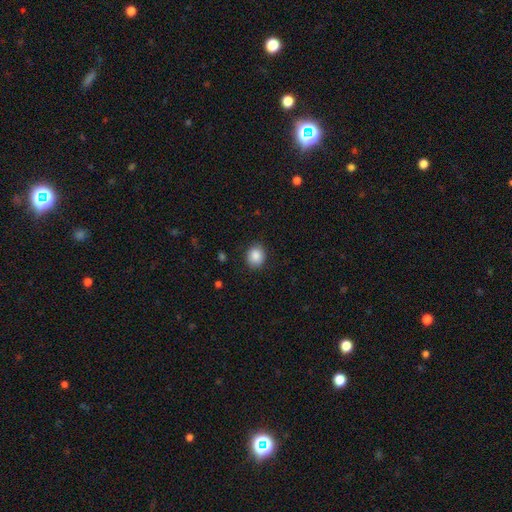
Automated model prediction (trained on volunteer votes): Smooth or featured? Predicted: smooth (p=0.88). How rounded? Predicted: round (p=0.65). Merging? Predicted: none (p=0.87).